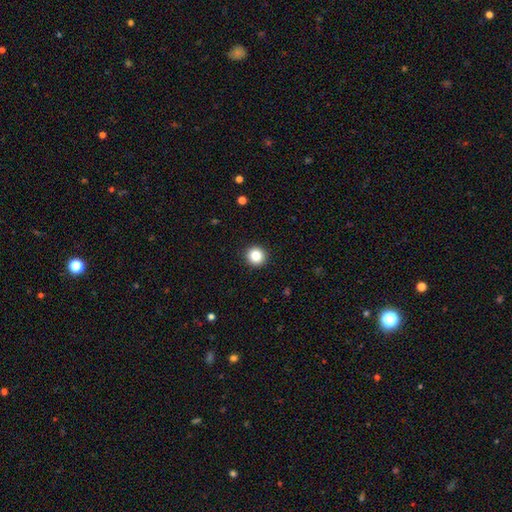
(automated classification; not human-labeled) Overall: smooth (85%). How rounded: round (94%). Merging: none (93%).